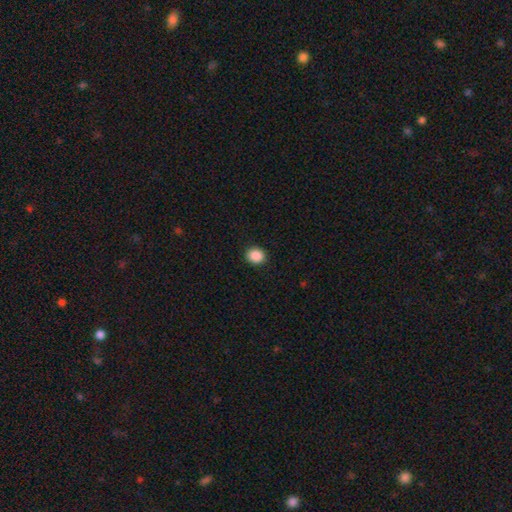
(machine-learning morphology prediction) Q: Smooth or featured?
A: smooth (89%); runner-up: star or artifact (9%)
Q: How rounded?
A: round (71%); runner-up: in between (28%)
Q: Merging?
A: none (91%); runner-up: minor disturbance (6%)